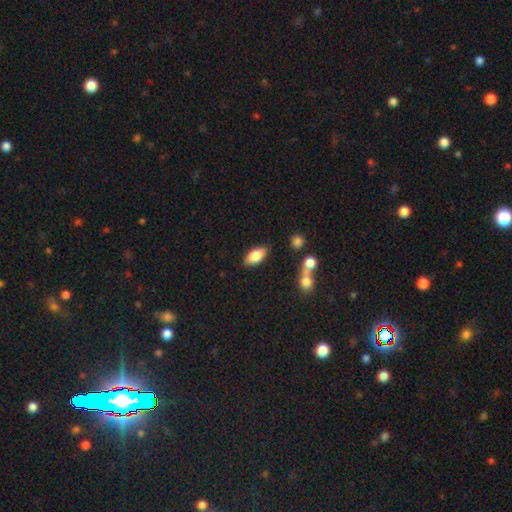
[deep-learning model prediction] smooth_or_featured: smooth (p=0.82) [alt: featured or disk p=0.11]
how_rounded: in between (p=0.89) [alt: cigar-shaped p=0.08]
merging: none (p=0.81) [alt: minor disturbance p=0.12]